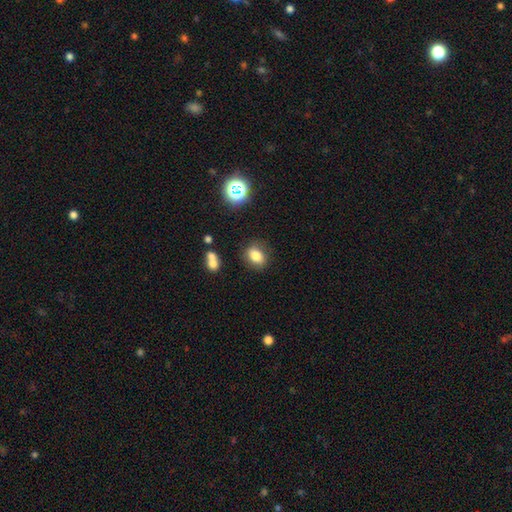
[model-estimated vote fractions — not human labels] A smooth galaxy with no disk features (80%) that is in between round and cigar-shaped (64%).

Vote fractions:
- Smooth or featured? smooth: 80% / star or artifact: 12% / featured or disk: 8%
- How rounded? in between: 64% / round: 34% / cigar-shaped: 2%
- Merging? none: 80% / minor disturbance: 12% / merger: 4% / major disturbance: 4%